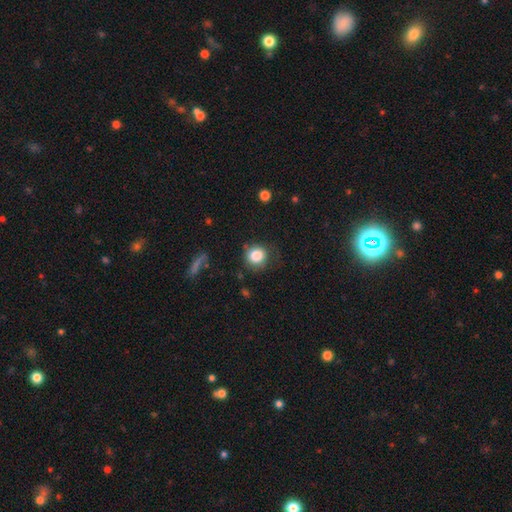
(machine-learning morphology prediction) This is clearly a smooth galaxy (84%). How rounded: clearly round (87%). Merging: likely none (72%).